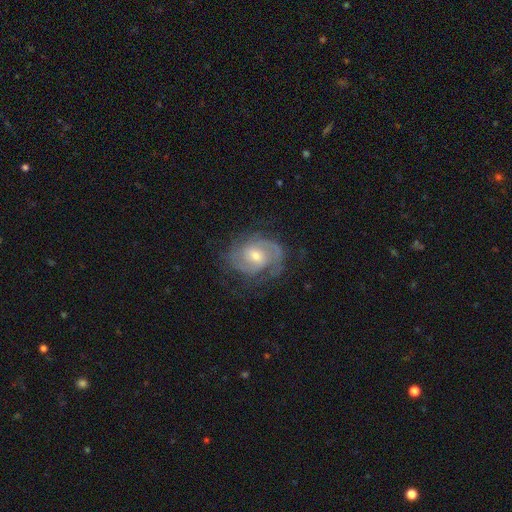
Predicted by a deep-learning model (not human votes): Morphology: type=featured or disk (84%); edge-on=no (97%); bar=no (46%); spiral arms=yes (95%); winding=tight (50%); arm count=2 (55%); bulge=moderate (53%); merging=none (67%).